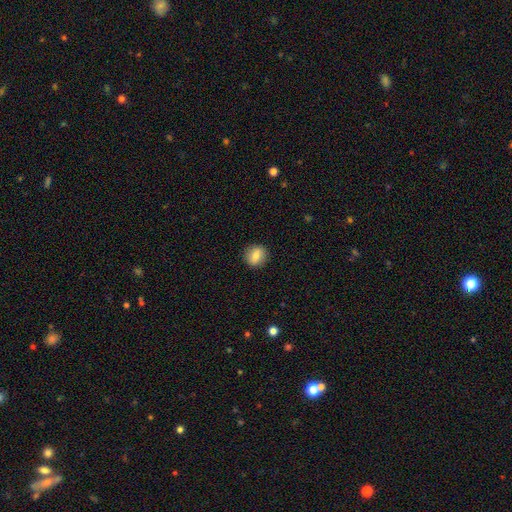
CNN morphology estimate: Smooth or featured?
  - smooth: 74% *
  - featured or disk: 17%
  - star or artifact: 9%
How rounded?
  - round: 76% *
  - in between: 22%
  - cigar-shaped: 2%
Merging?
  - none: 90% *
  - minor disturbance: 7%
  - major disturbance: 2%
  - merger: 1%